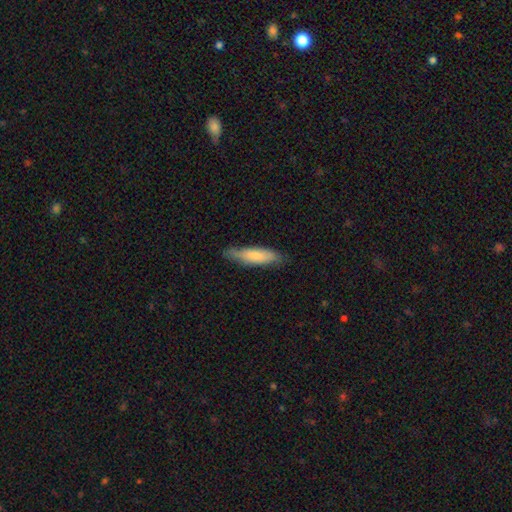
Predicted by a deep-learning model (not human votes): A smooth galaxy with no disk features (74%) that is cigar-shaped (69%).

Vote fractions:
- Smooth or featured? smooth: 74% / featured or disk: 21% / star or artifact: 5%
- How rounded? cigar-shaped: 69% / in between: 29% / round: 1%
- Merging? none: 74% / minor disturbance: 21% / major disturbance: 4% / merger: 1%